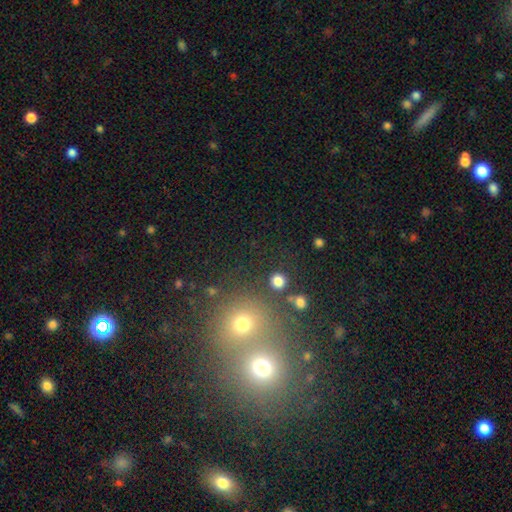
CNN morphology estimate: The model was most divided on "merging": none: 47%, merger: 44%, minor disturbance: 6%, major disturbance: 3%. Remaining: smooth or featured — smooth (49%).